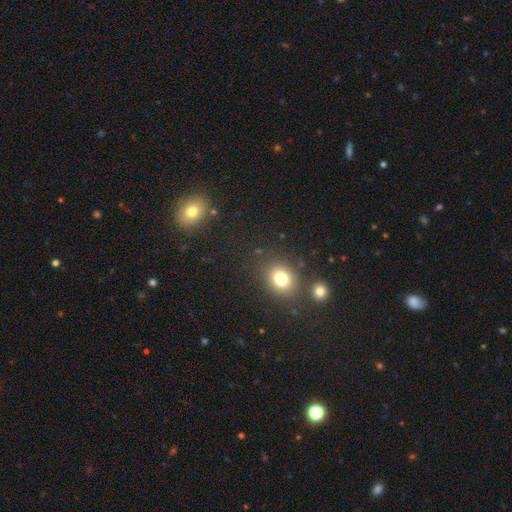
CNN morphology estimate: smooth_or_featured: smooth (p=0.60) [alt: star or artifact p=0.33]
how_rounded: round (p=0.75) [alt: in between p=0.24]
merging: none (p=0.80) [alt: minor disturbance p=0.09]